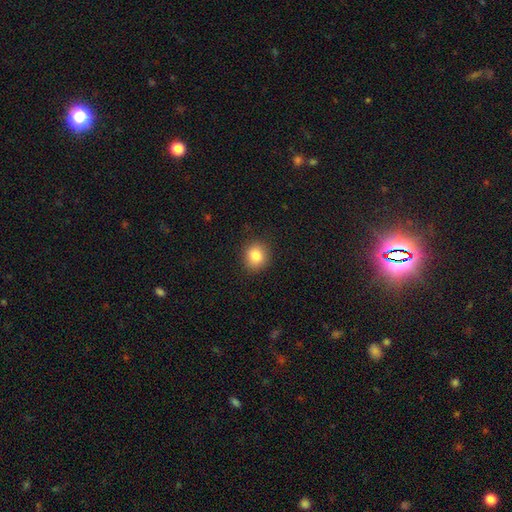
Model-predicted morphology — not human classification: smooth_or_featured: smooth (p=0.83) [alt: star or artifact p=0.10]
how_rounded: round (p=0.82) [alt: in between p=0.17]
merging: none (p=0.90) [alt: minor disturbance p=0.07]